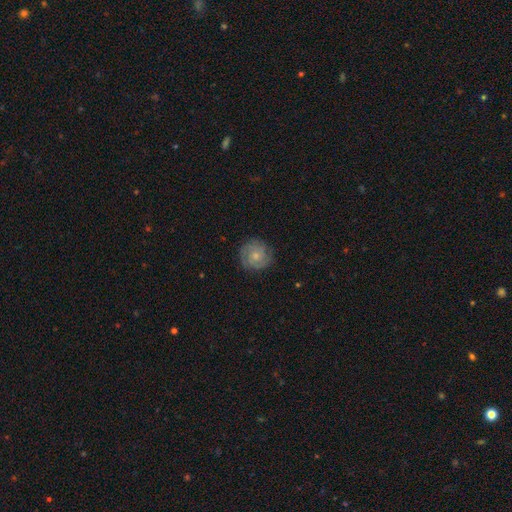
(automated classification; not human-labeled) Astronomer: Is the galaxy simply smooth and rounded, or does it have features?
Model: featured or disk — 59% (runner-up: smooth, 34%).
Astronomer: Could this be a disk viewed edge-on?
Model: no — 98%.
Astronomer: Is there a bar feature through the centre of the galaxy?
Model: no — 80%.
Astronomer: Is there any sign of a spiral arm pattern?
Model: yes — 87%.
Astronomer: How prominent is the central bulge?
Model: small — 51% (runner-up: moderate, 42%).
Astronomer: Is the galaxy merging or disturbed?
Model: none — 81%.